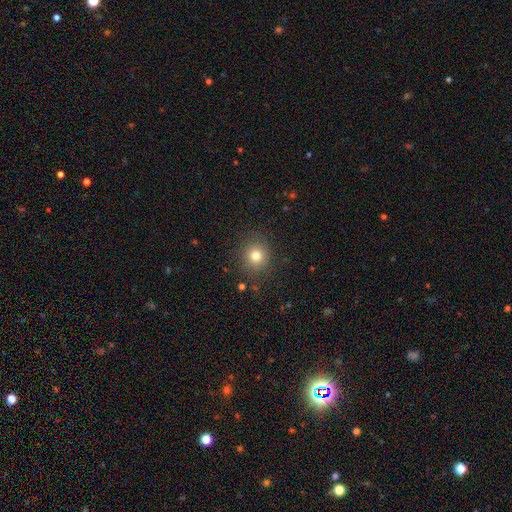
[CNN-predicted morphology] smooth-or-featured: smooth: 78% | star or artifact: 14% | featured or disk: 8%
  how-rounded: round: 87% | in between: 12% | cigar-shaped: 1%
  merging: none: 86% | minor disturbance: 9% | major disturbance: 3% | merger: 1%